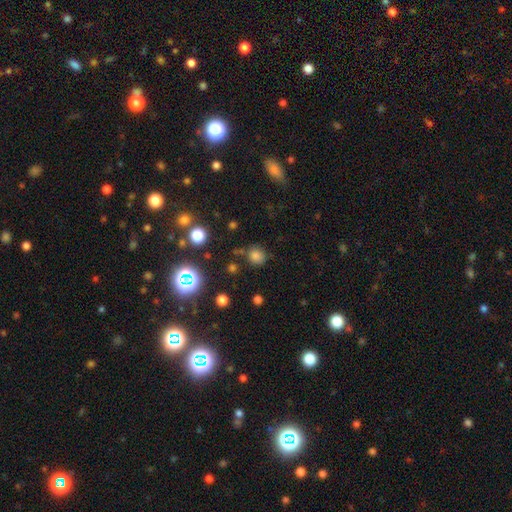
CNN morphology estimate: Smooth or featured? smooth (74%)
How rounded? round (84%)
Merging? none (76%)